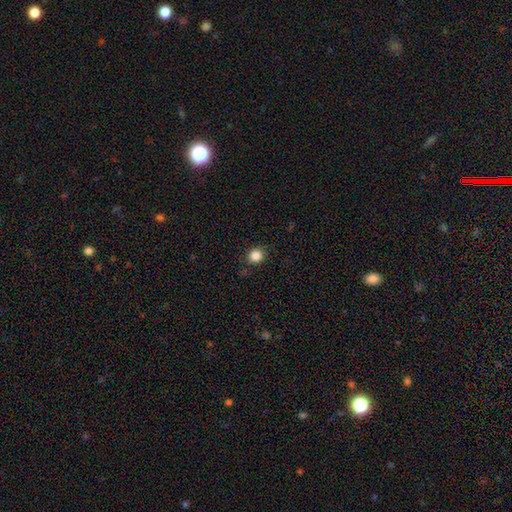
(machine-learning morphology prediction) type=smooth (85%); roundness=round (87%); merging=none (86%).